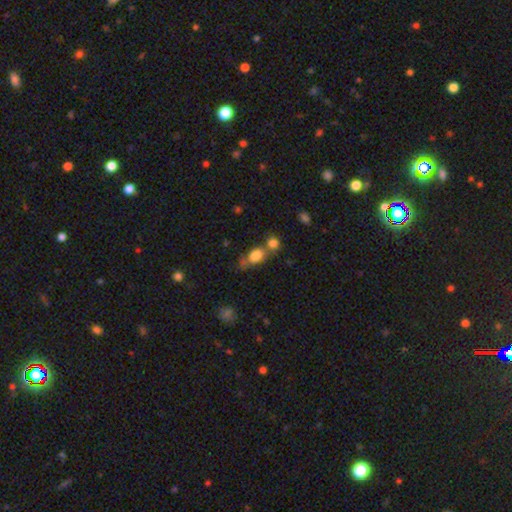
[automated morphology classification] Smooth or featured: smooth — 79% (featured or disk — 12%)
How rounded: in between — 70% (round — 23%)
Merging: merger — 41% (none — 37%)